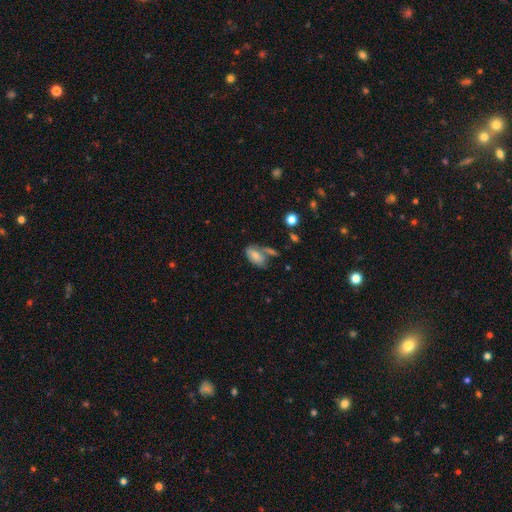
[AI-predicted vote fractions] Smooth or featured: smooth — 68% (featured or disk — 23%)
How rounded: in between — 90% (round — 5%)
Merging: none — 43% (merger — 25%)